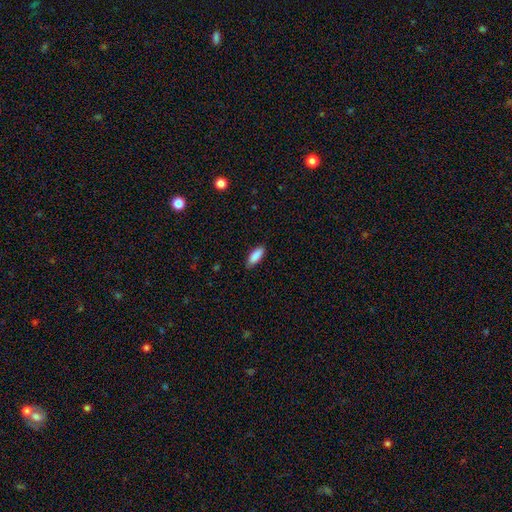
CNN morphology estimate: type=smooth (89%); roundness=in between (76%); merging=none (85%).